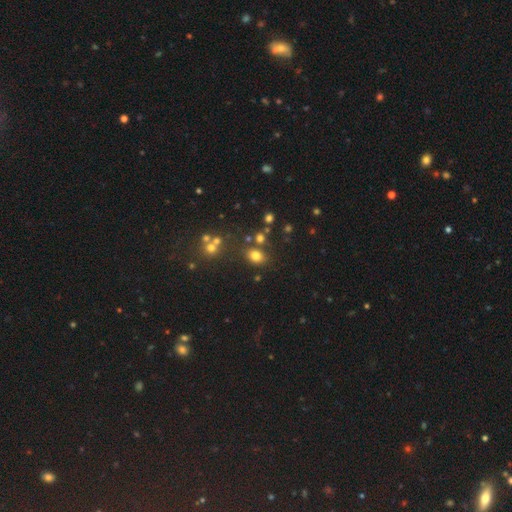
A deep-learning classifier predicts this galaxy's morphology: Q: Smooth or featured?
A: smooth (76%); runner-up: star or artifact (16%)
Q: How rounded?
A: in between (56%); runner-up: round (43%)
Q: Merging?
A: none (74%); runner-up: minor disturbance (13%)